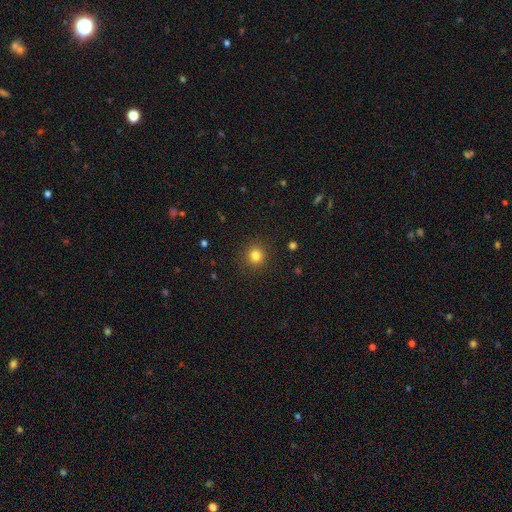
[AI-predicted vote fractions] Q: Smooth or featured?
A: smooth (82%); runner-up: star or artifact (13%)
Q: How rounded?
A: round (92%); runner-up: in between (7%)
Q: Merging?
A: none (90%); runner-up: minor disturbance (6%)